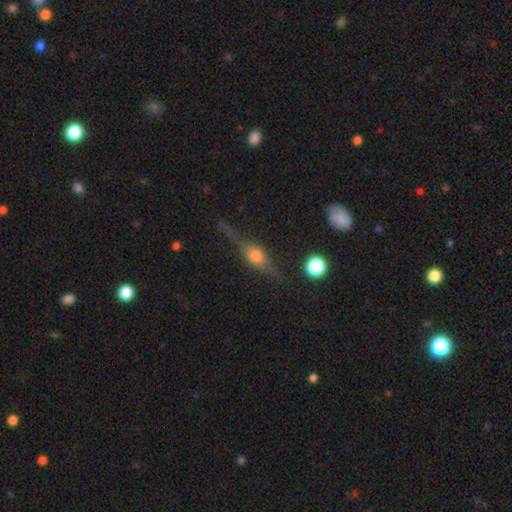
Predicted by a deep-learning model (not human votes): Morphology: type=featured or disk (73%); edge-on=yes (95%); edge-on bulge=rounded (93%); merging=none (79%).